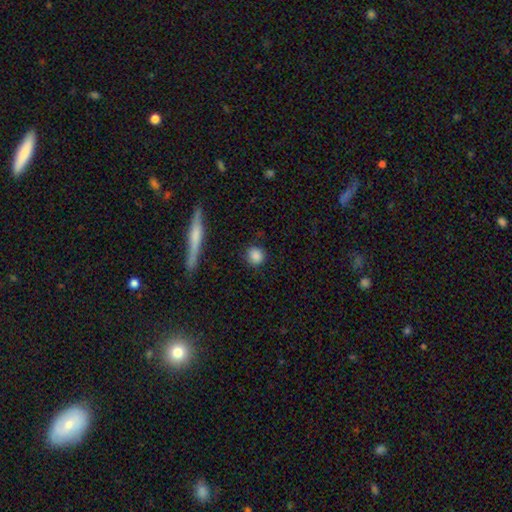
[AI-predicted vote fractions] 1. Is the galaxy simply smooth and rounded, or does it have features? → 86% smooth, 9% star or artifact, 5% featured or disk.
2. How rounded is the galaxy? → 88% round, 10% in between, 2% cigar-shaped.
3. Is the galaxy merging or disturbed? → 85% none, 10% minor disturbance, 3% major disturbance, 2% merger.